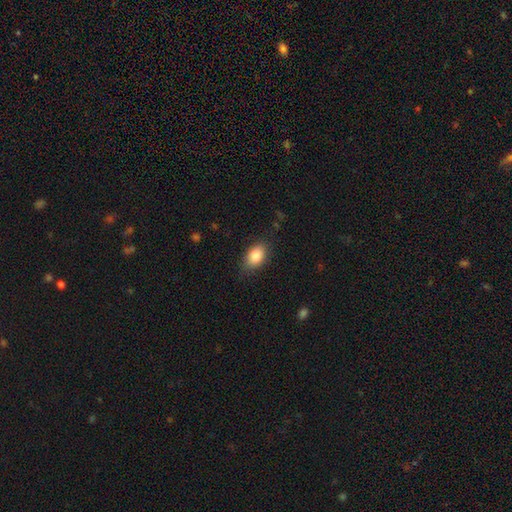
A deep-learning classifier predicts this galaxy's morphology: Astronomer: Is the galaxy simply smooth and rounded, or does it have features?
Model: smooth — 86%.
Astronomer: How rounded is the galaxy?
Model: in between — 87%.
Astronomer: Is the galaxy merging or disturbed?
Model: none — 81%.